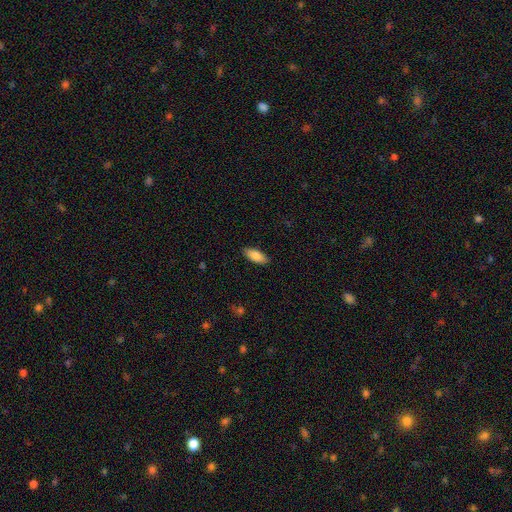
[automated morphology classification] smooth_or_featured: smooth (p=0.85) [alt: featured or disk p=0.09]
how_rounded: in between (p=0.81) [alt: cigar-shaped p=0.18]
merging: none (p=0.89) [alt: minor disturbance p=0.09]